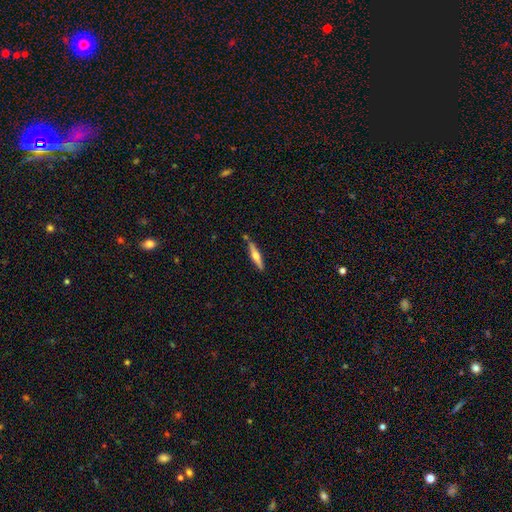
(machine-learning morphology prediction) Smooth or featured? Predicted: featured or disk (p=0.50). Edge-on disk? Predicted: yes (p=0.96). Merging? Predicted: none (p=0.80).